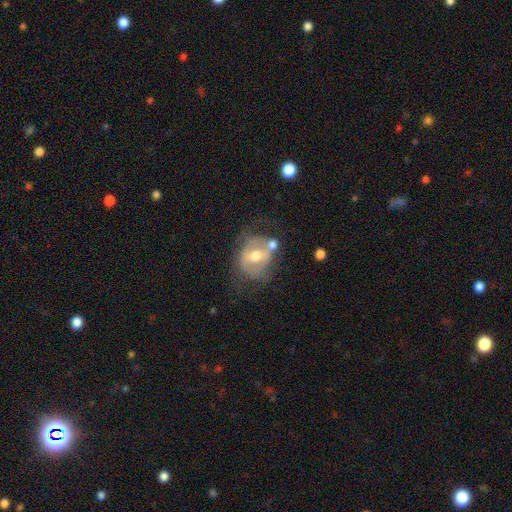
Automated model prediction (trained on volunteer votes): A featured or disk galaxy (65%) with a weak bar (38%), no spiral arms (58%) and a moderate central bulge (73%).

Vote fractions:
- Smooth or featured? featured or disk: 65% / smooth: 27% / star or artifact: 7%
- Edge-on disk? no: 95% / yes: 5%
- Bar? weak: 38% / strong: 35% / no: 27%
- Spiral arms? no: 58% / yes: 42%
- Bulge size? moderate: 73% / small: 17% / large: 8% / none: 1% / dominant: 1%
- Merging? none: 46% / minor disturbance: 22% / major disturbance: 17% / merger: 16%